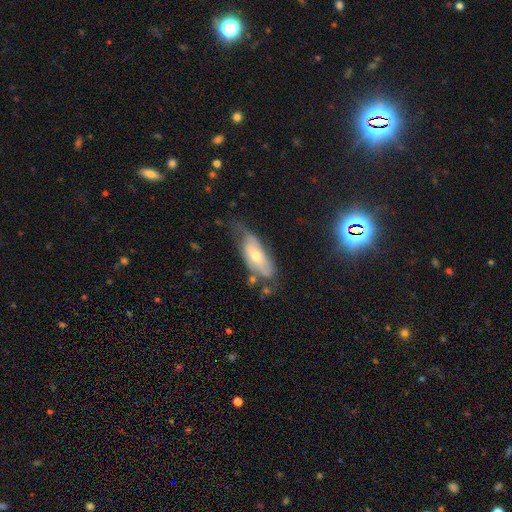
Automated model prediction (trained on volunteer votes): A featured or disk galaxy (46%). Merging: none (41%).